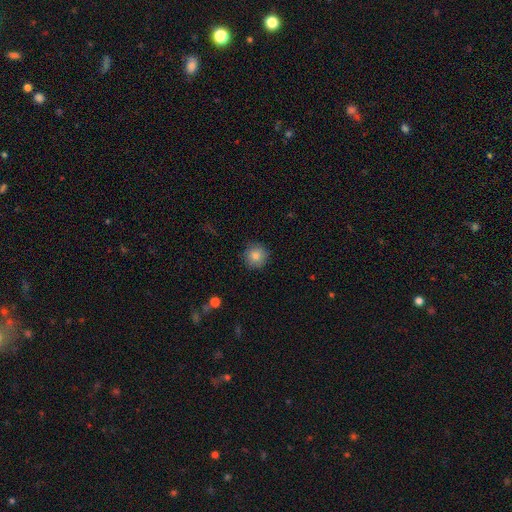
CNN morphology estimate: Smooth or featured? smooth (84%)
How rounded? round (94%)
Merging? none (89%)